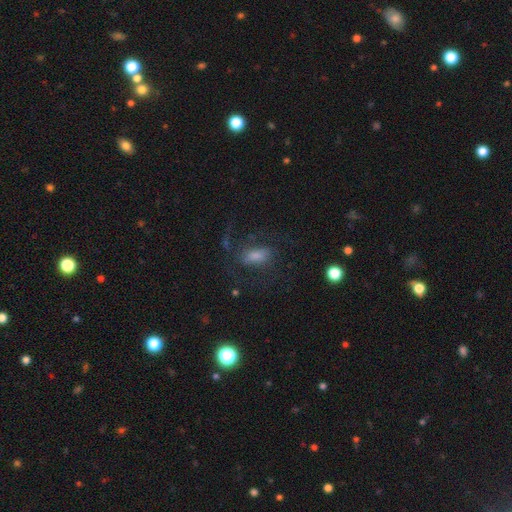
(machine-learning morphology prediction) type=featured or disk (45%); merging=none (59%).